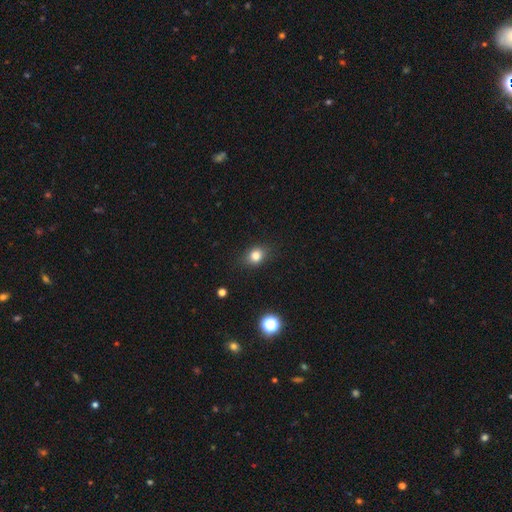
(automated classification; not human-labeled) smooth-or-featured: smooth: 82% | star or artifact: 12% | featured or disk: 6%
  how-rounded: round: 54% | in between: 44% | cigar-shaped: 1%
  merging: none: 82% | minor disturbance: 13% | major disturbance: 3% | merger: 1%